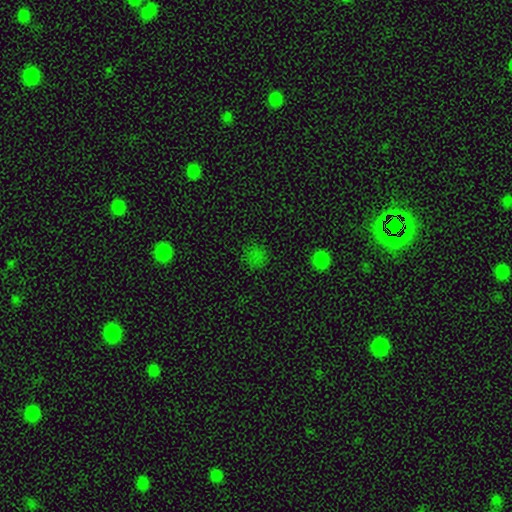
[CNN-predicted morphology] A smooth galaxy with no disk features (60%) that is round (80%). Merging: none (73%).